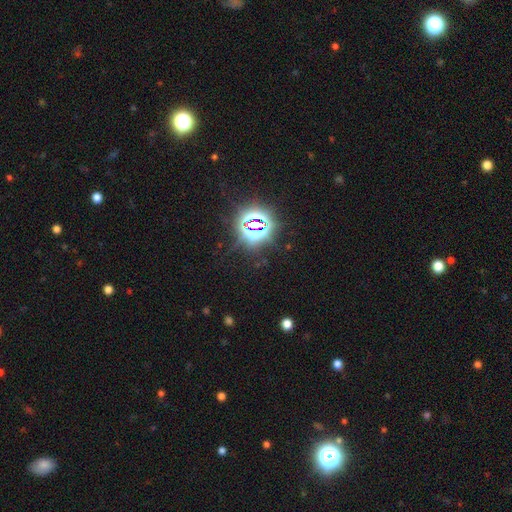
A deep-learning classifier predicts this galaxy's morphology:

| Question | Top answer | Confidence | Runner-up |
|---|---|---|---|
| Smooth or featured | star or artifact | 83% | smooth (11%) |